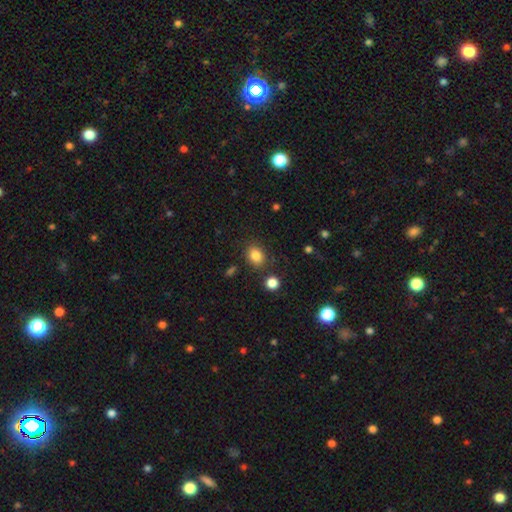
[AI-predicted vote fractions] Smooth or featured?
  - smooth: 84% *
  - star or artifact: 11%
  - featured or disk: 6%
How rounded?
  - in between: 52% *
  - round: 47%
  - cigar-shaped: 1%
Merging?
  - none: 81% *
  - minor disturbance: 11%
  - merger: 5%
  - major disturbance: 3%